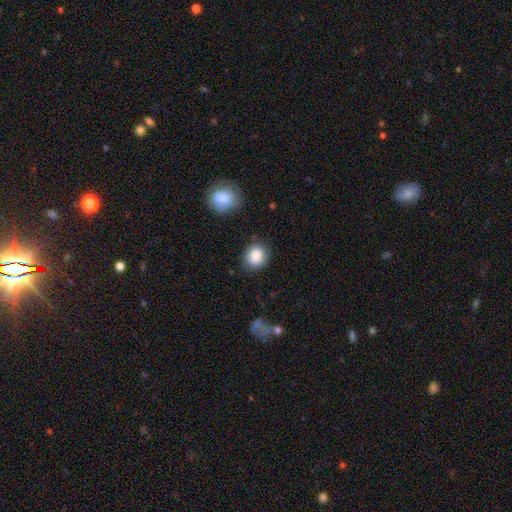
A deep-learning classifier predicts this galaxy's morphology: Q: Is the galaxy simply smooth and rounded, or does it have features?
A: smooth — 88%.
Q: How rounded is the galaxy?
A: round — 70%.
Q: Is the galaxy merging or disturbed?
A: none — 80%.